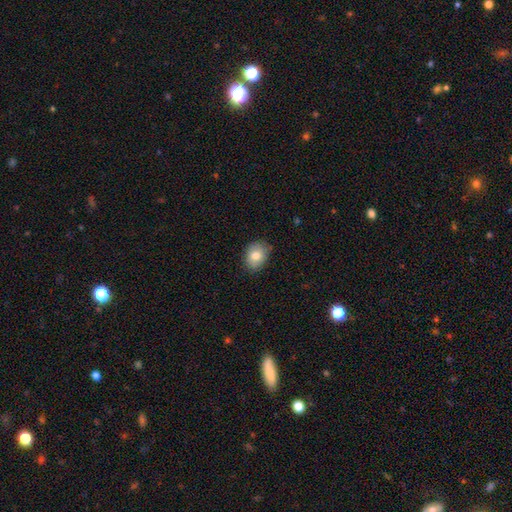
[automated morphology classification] smooth_or_featured: smooth (p=0.79) [alt: featured or disk p=0.13]
how_rounded: in between (p=0.61) [alt: round p=0.38]
merging: none (p=0.78) [alt: minor disturbance p=0.18]